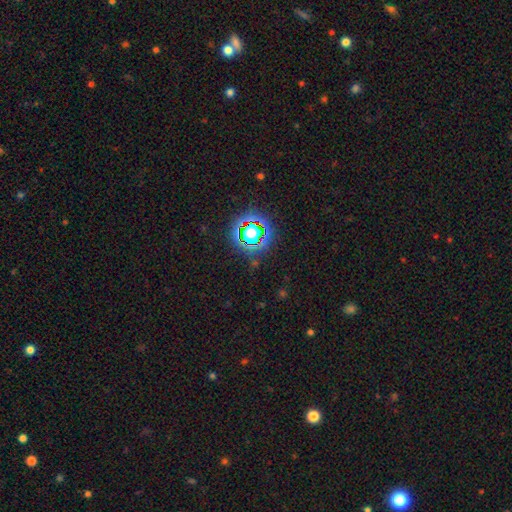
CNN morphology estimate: Smooth or featured? star or artifact (80%)